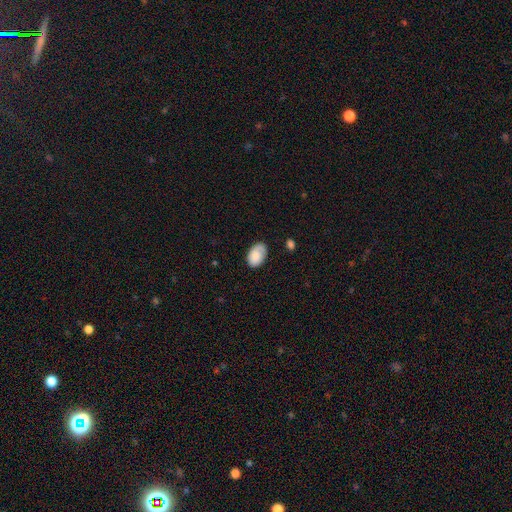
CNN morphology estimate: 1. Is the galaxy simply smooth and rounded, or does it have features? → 78% smooth, 16% featured or disk, 7% star or artifact.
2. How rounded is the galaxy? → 89% in between, 10% round, 1% cigar-shaped.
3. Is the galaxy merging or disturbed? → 69% none, 22% minor disturbance, 6% major disturbance, 2% merger.